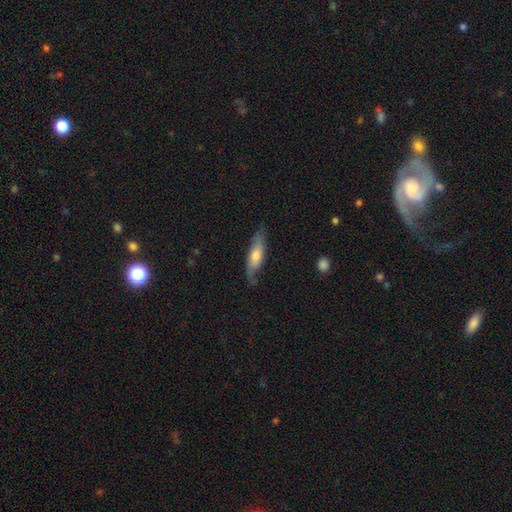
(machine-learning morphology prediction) The model was most divided on "smooth or featured": smooth: 50%, featured or disk: 44%, star or artifact: 6%. More confident: merging — none (73%).